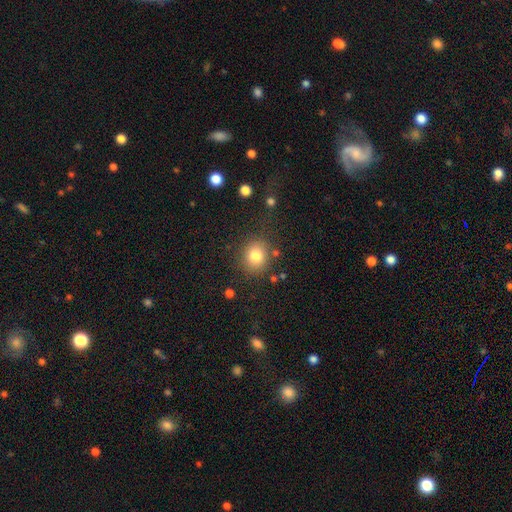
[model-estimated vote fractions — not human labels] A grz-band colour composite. It shows a smooth galaxy with no disk features (81%) that is round (74%). Merging: none (81%).